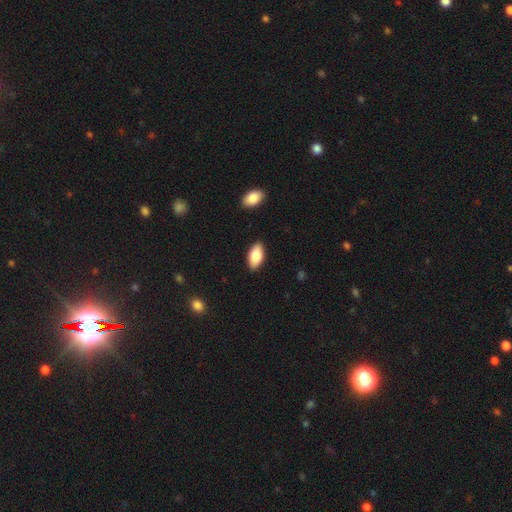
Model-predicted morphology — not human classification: smooth_or_featured: smooth (p=0.84) [alt: featured or disk p=0.10]
how_rounded: in between (p=0.93) [alt: cigar-shaped p=0.04]
merging: none (p=0.89) [alt: minor disturbance p=0.08]